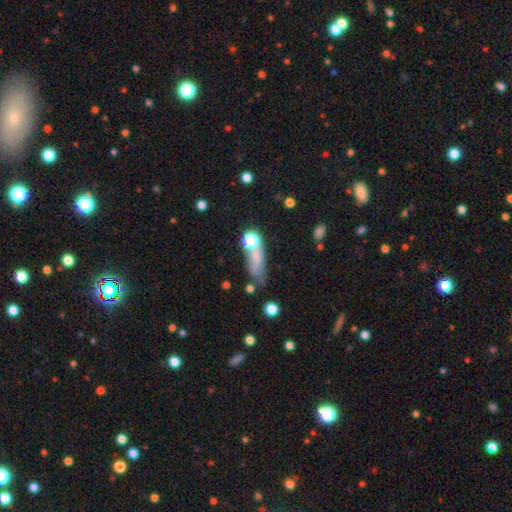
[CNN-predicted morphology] smooth-or-featured: smooth: 67% | featured or disk: 18% | star or artifact: 15%
  how-rounded: cigar-shaped: 48% | in between: 42% | round: 10%
  merging: none: 52% | minor disturbance: 22% | merger: 13% | major disturbance: 13%